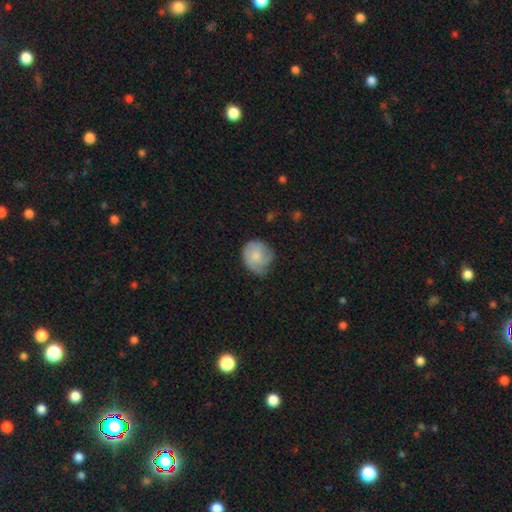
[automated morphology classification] Smooth or featured? Predicted: smooth (p=0.67). How rounded? Predicted: round (p=0.79). Merging? Predicted: none (p=0.52).